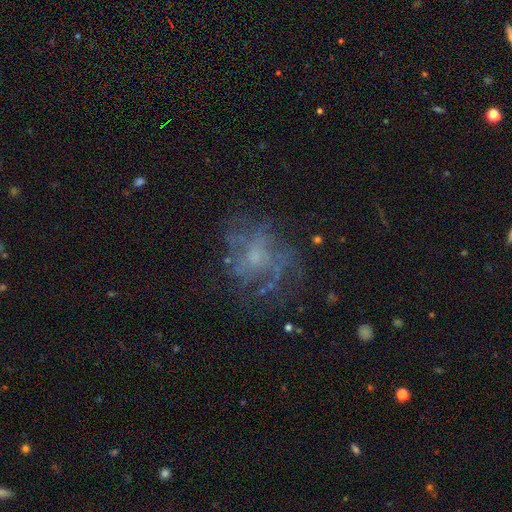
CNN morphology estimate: smooth-or-featured: featured or disk: 60% | smooth: 22% | star or artifact: 18%
  disk-edge-on: no: 97% | yes: 3%
    bar: no: 82% | weak: 16% | strong: 2%
    has-spiral-arms: yes: 51% | no: 49%
    bulge-size: small: 46% | moderate: 30% | none: 19% | large: 3% | dominant: 1%
  merging: none: 61% | major disturbance: 19% | minor disturbance: 18% | merger: 2%